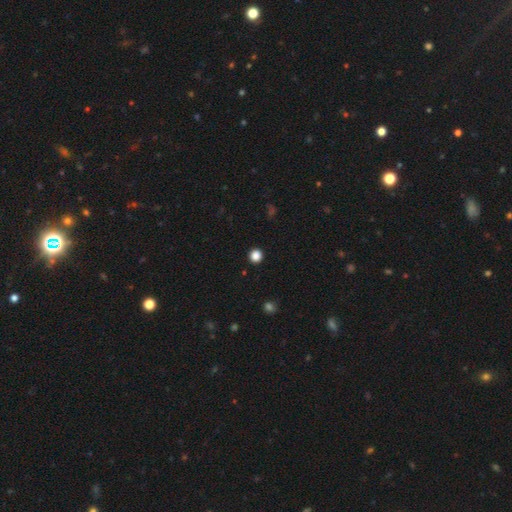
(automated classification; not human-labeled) Smooth or featured?
  - smooth: 85% *
  - star or artifact: 12%
  - featured or disk: 3%
How rounded?
  - round: 93% *
  - in between: 6%
  - cigar-shaped: 1%
Merging?
  - none: 93% *
  - minor disturbance: 4%
  - major disturbance: 2%
  - merger: 1%